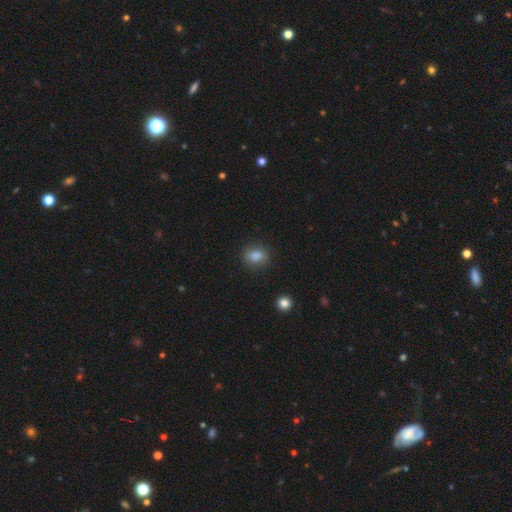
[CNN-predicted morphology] Overall: smooth (83%). How rounded: in between (63%; round 35%). Merging: none (86%).